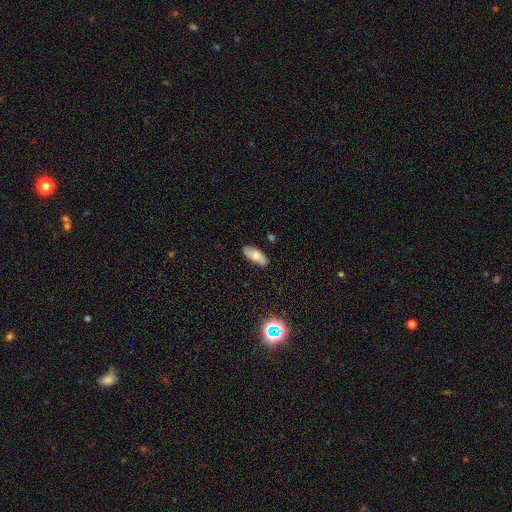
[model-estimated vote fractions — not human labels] This is likely a smooth galaxy (72%). How rounded: clearly in between (86%). Merging: clearly none (83%).